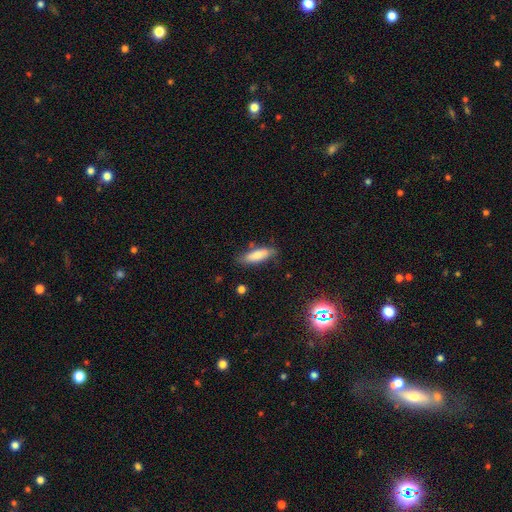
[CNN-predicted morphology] A smooth galaxy with no disk features (79%) that is cigar-shaped (50%). Merging: none (74%).